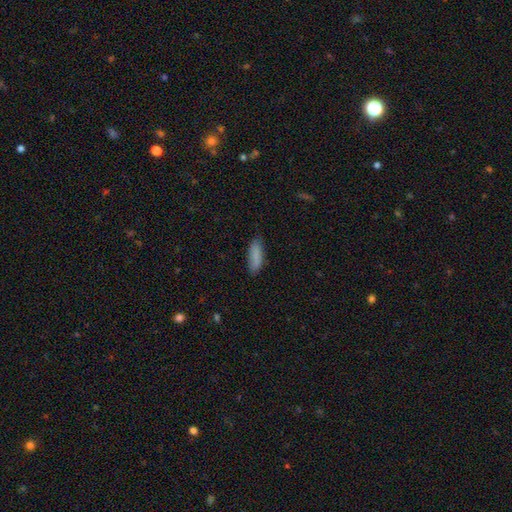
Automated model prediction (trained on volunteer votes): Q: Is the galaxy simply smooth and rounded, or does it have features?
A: smooth — 87%.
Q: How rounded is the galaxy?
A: in between — 56%.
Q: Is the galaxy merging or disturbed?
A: none — 79%.